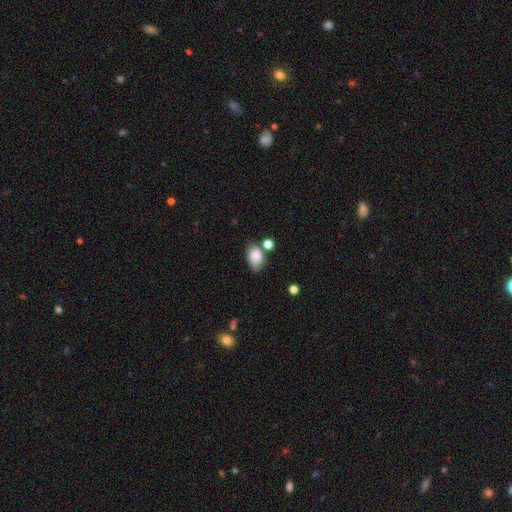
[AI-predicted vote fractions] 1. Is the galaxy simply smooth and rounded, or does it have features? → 83% smooth, 8% featured or disk, 8% star or artifact.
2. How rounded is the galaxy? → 86% in between, 12% round, 1% cigar-shaped.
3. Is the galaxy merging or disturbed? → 56% none, 23% minor disturbance, 14% merger, 7% major disturbance.